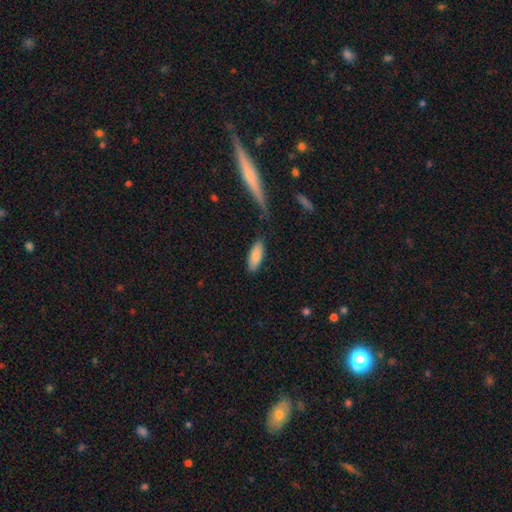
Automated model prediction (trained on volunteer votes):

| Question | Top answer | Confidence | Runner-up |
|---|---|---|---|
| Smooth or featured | smooth | 85% | featured or disk (9%) |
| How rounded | in between | 78% | cigar-shaped (21%) |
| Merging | none | 81% | minor disturbance (13%) |